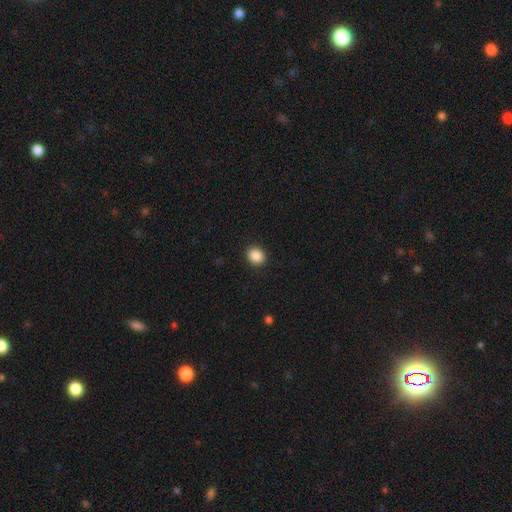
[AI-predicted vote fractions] Smooth or featured?
  - smooth: 88% *
  - star or artifact: 9%
  - featured or disk: 3%
How rounded?
  - round: 69% *
  - in between: 30%
  - cigar-shaped: 1%
Merging?
  - none: 91% *
  - minor disturbance: 6%
  - major disturbance: 2%
  - merger: 1%